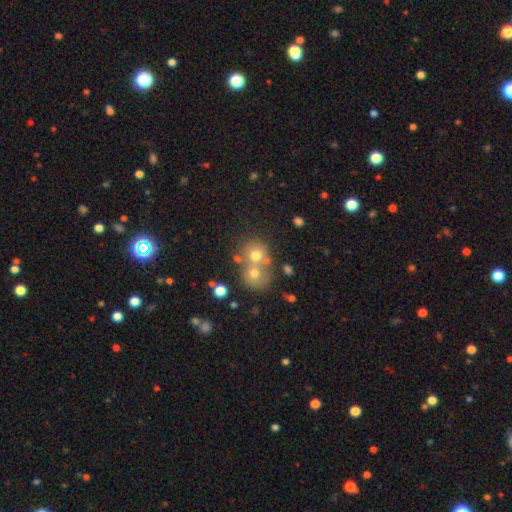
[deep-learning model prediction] The model was most divided on "merging": merger: 57%, none: 33%, minor disturbance: 7%, major disturbance: 4%. More confident: how rounded — round (76%); smooth or featured — smooth (64%).